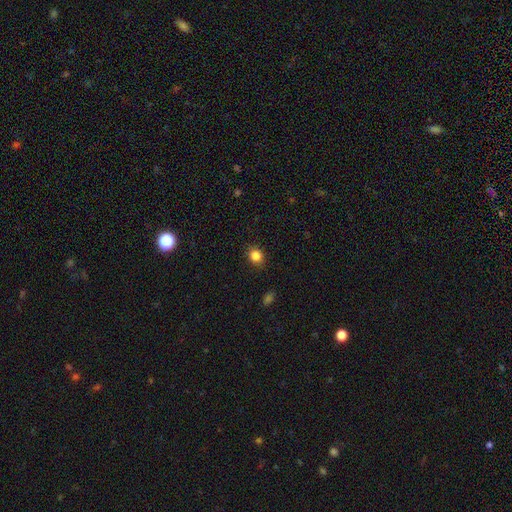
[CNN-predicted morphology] A smooth galaxy with no disk features (85%) that is round (72%).

Vote fractions:
- Smooth or featured? smooth: 85% / star or artifact: 11% / featured or disk: 4%
- How rounded? round: 72% / in between: 27% / cigar-shaped: 1%
- Merging? none: 88% / minor disturbance: 9% / major disturbance: 2% / merger: 1%